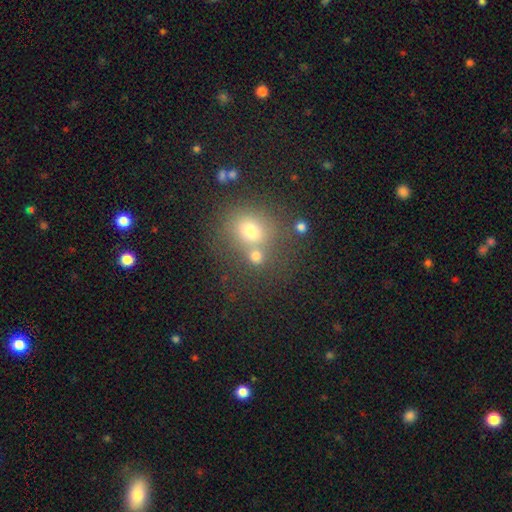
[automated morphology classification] Q: Smooth or featured?
A: smooth (72%); runner-up: star or artifact (17%)
Q: How rounded?
A: round (78%); runner-up: in between (21%)
Q: Merging?
A: none (52%); runner-up: merger (35%)